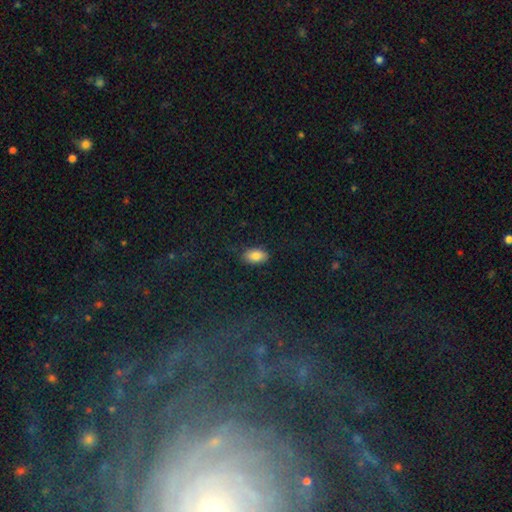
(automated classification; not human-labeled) smooth_or_featured: smooth (p=0.85) [alt: star or artifact p=0.09]
how_rounded: in between (p=0.92) [alt: round p=0.06]
merging: none (p=0.82) [alt: minor disturbance p=0.13]